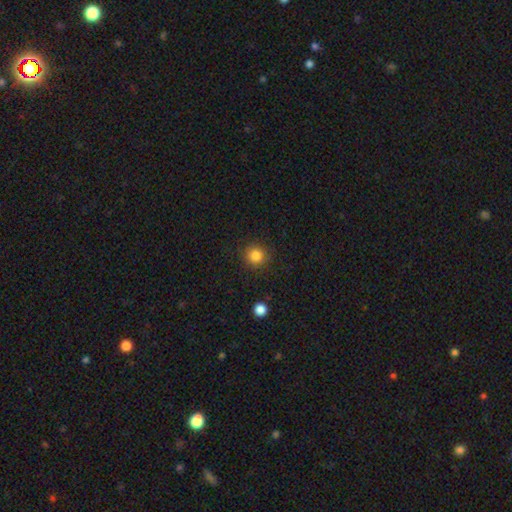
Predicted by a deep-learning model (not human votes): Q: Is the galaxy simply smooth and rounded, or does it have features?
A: smooth — 84%.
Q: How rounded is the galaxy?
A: round — 93%.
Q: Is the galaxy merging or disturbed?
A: none — 89%.